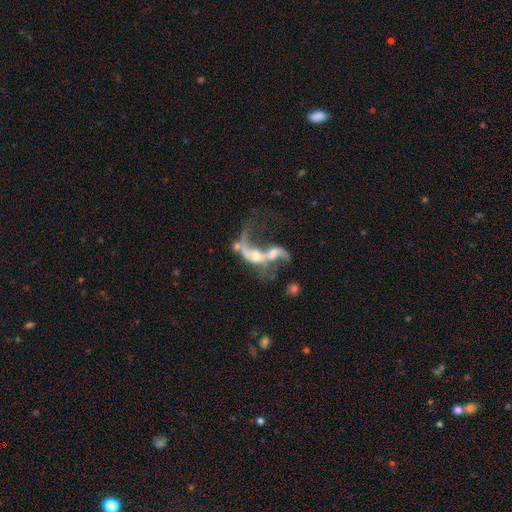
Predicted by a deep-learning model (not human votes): A featured or disk galaxy (74%) with no bar (60%), spiral arms (62%) and a moderate central bulge (45%). Merging: merger (61%).